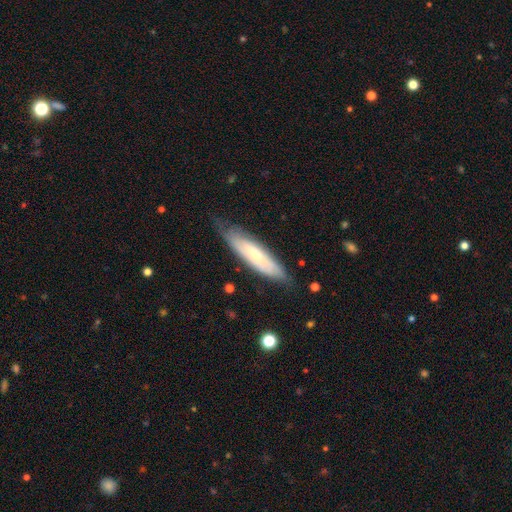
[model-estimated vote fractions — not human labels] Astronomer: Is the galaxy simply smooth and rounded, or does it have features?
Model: smooth — 52% (runner-up: featured or disk, 42%).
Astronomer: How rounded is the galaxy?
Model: cigar-shaped — 69%.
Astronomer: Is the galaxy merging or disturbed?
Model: none — 70%.